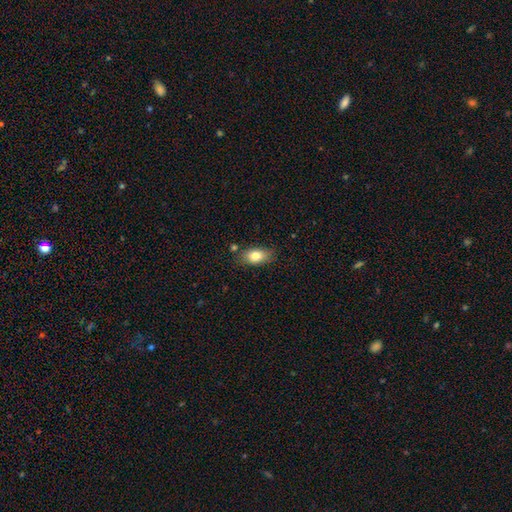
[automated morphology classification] smooth_or_featured: smooth (p=0.80) [alt: featured or disk p=0.12]
how_rounded: in between (p=0.87) [alt: round p=0.09]
merging: none (p=0.76) [alt: minor disturbance p=0.16]